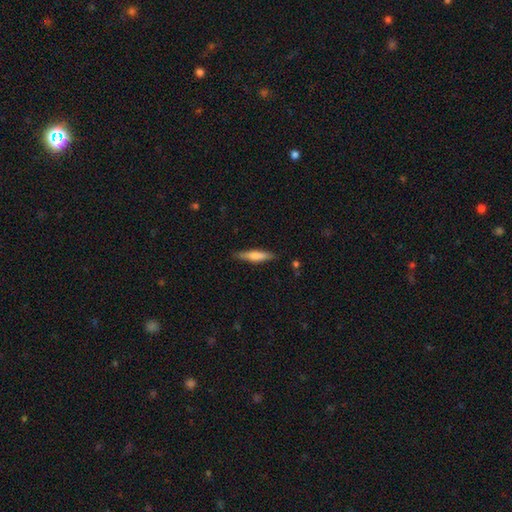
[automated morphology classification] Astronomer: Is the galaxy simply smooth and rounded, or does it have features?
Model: smooth — 67%.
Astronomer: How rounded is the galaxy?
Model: cigar-shaped — 81%.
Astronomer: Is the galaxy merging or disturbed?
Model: none — 84%.